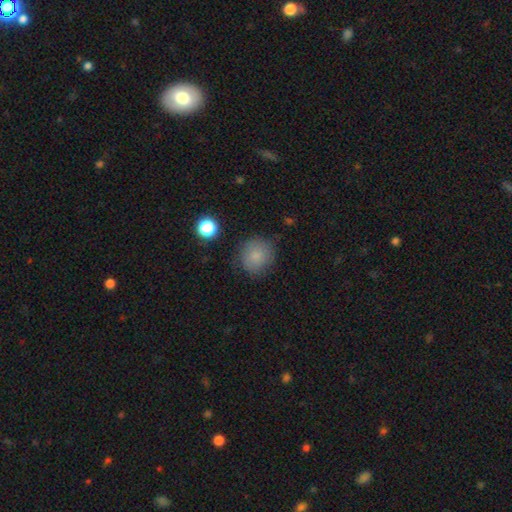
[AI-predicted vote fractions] Smooth or featured: smooth — 82% (star or artifact — 10%)
How rounded: round — 87% (in between — 12%)
Merging: none — 77% (minor disturbance — 16%)